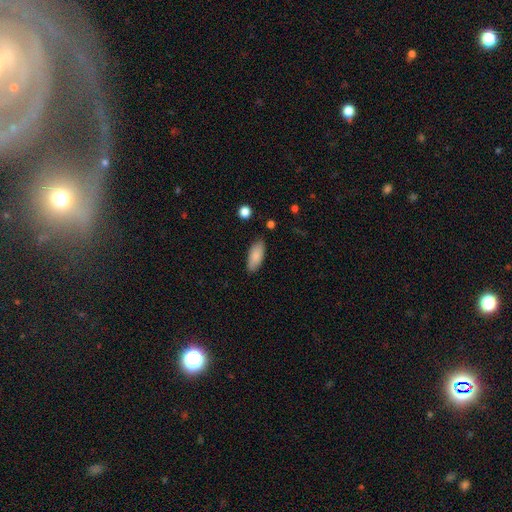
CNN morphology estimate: smooth_or_featured: smooth (p=0.86) [alt: featured or disk p=0.08]
how_rounded: in between (p=0.83) [alt: cigar-shaped p=0.15]
merging: none (p=0.85) [alt: minor disturbance p=0.11]